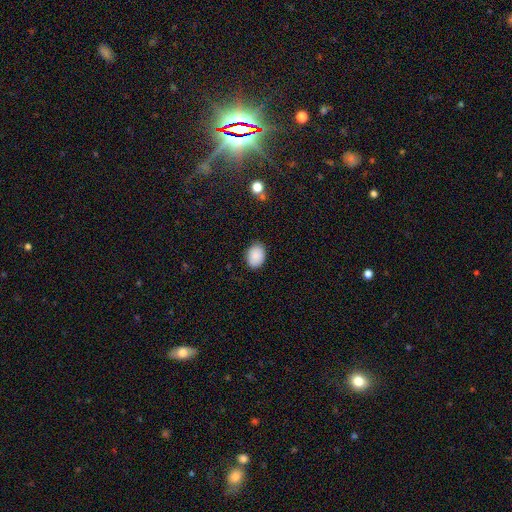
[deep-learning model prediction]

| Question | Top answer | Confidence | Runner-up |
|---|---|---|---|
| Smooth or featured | smooth | 89% | star or artifact (7%) |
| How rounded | in between | 75% | round (24%) |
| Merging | none | 86% | minor disturbance (11%) |